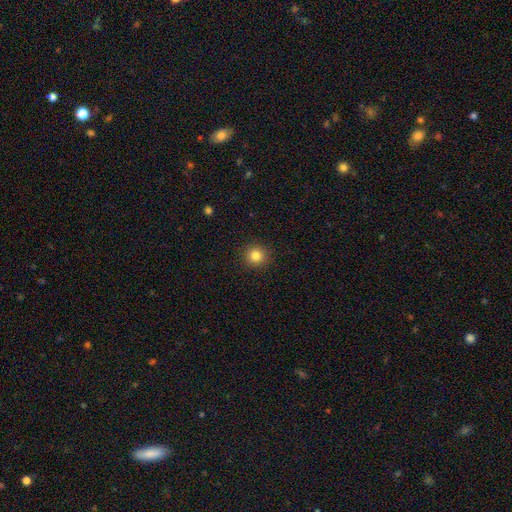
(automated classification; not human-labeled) A smooth galaxy with no disk features (83%) that is round (93%).

Vote fractions:
- Smooth or featured? smooth: 83% / star or artifact: 12% / featured or disk: 6%
- How rounded? round: 93% / in between: 6% / cigar-shaped: 1%
- Merging? none: 92% / minor disturbance: 5% / major disturbance: 2% / merger: 1%